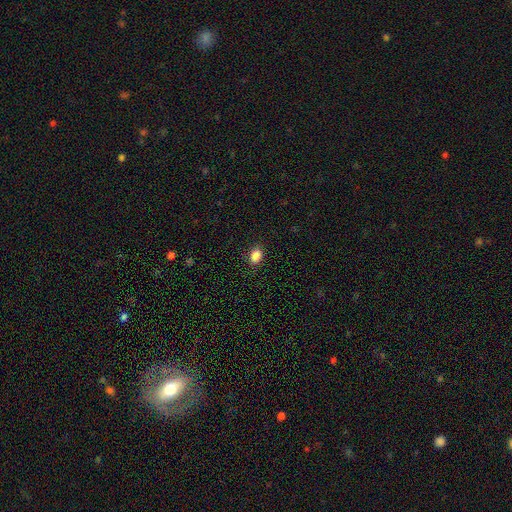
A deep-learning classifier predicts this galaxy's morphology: This is clearly a smooth galaxy (87%). How rounded: likely in between (76%). Merging: clearly none (88%).